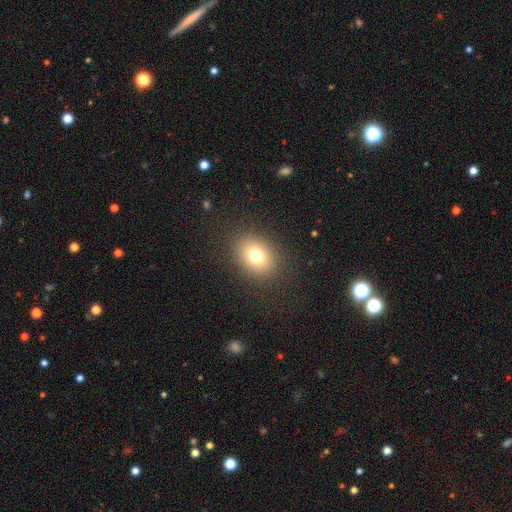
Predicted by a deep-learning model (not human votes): smooth 75%, star or artifact 13%, featured or disk 12%. Down the decision tree: how rounded — in between (62%); merging — none (87%).